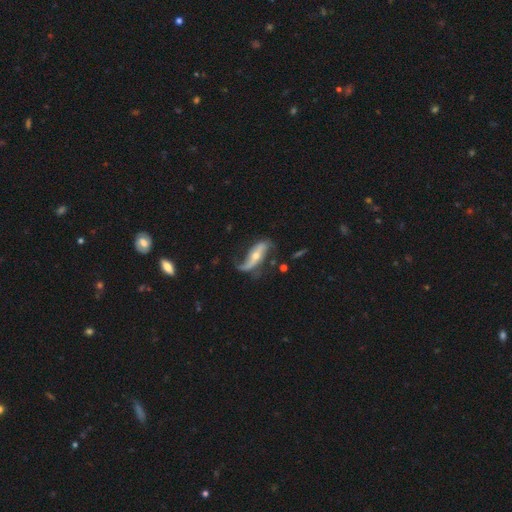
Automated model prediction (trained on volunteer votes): Smooth or featured: featured or disk — 76% (smooth — 18%)
Edge-on disk: no — 79% (yes — 21%)
Bar: no — 40% (strong — 36%)
Spiral arms: yes — 86% (no — 14%)
Spiral winding: loose — 81% (medium — 13%)
Spiral arm count: 2 — 74% (1 — 19%)
Bulge size: moderate — 52% (small — 43%)
Merging: none — 48% (minor disturbance — 27%)